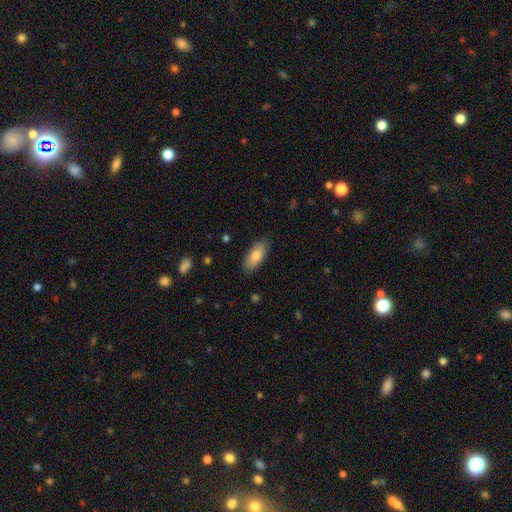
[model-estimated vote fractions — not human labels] A smooth galaxy with no disk features (81%) that is in between round and cigar-shaped (83%). Merging: none (84%).